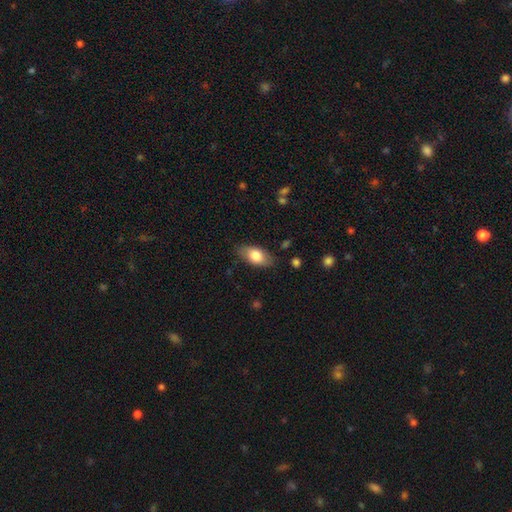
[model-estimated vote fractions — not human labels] A smooth galaxy with no disk features (77%) that is in between round and cigar-shaped (90%).

Vote fractions:
- Smooth or featured? smooth: 77% / featured or disk: 17% / star or artifact: 6%
- How rounded? in between: 90% / cigar-shaped: 5% / round: 4%
- Merging? none: 81% / minor disturbance: 14% / major disturbance: 3% / merger: 1%